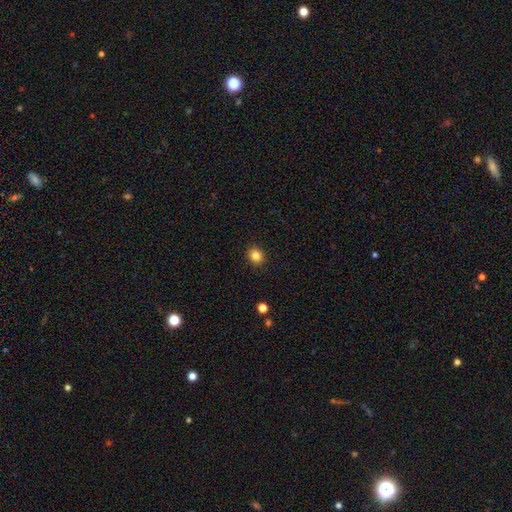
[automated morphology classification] smooth_or_featured: smooth (p=0.84) [alt: star or artifact p=0.11]
how_rounded: round (p=0.73) [alt: in between p=0.26]
merging: none (p=0.91) [alt: minor disturbance p=0.06]